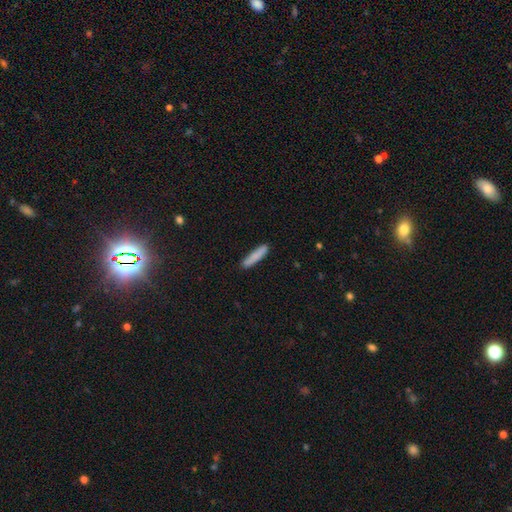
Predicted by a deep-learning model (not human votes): Q: Smooth or featured?
A: smooth (84%); runner-up: featured or disk (10%)
Q: How rounded?
A: cigar-shaped (89%); runner-up: in between (10%)
Q: Merging?
A: none (88%); runner-up: minor disturbance (9%)